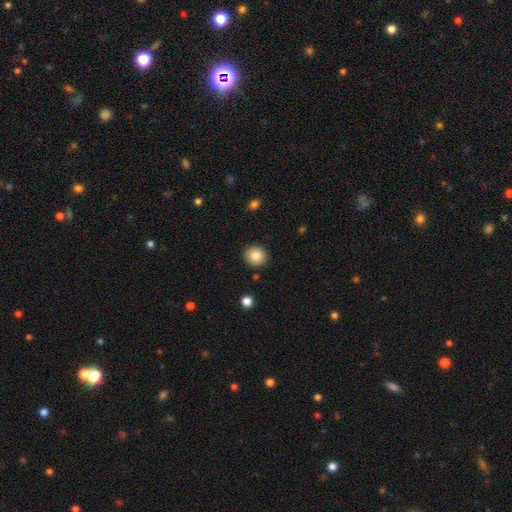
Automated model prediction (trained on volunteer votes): Morphology: type=smooth (83%); roundness=round (88%); merging=none (91%).